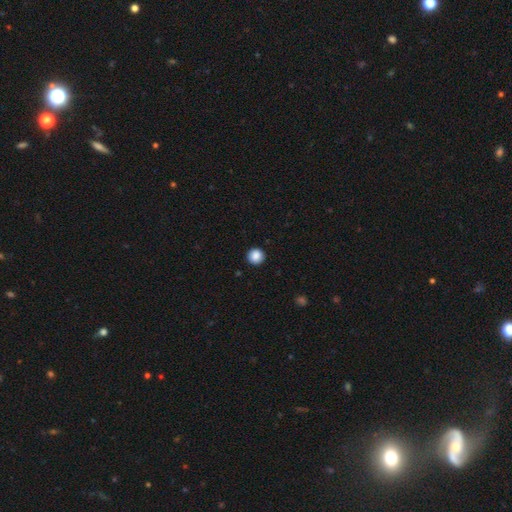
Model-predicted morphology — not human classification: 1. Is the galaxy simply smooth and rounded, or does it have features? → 88% smooth, 9% star or artifact, 3% featured or disk.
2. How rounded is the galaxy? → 95% round, 4% in between, 1% cigar-shaped.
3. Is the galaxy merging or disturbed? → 92% none, 5% minor disturbance, 2% major disturbance, 1% merger.